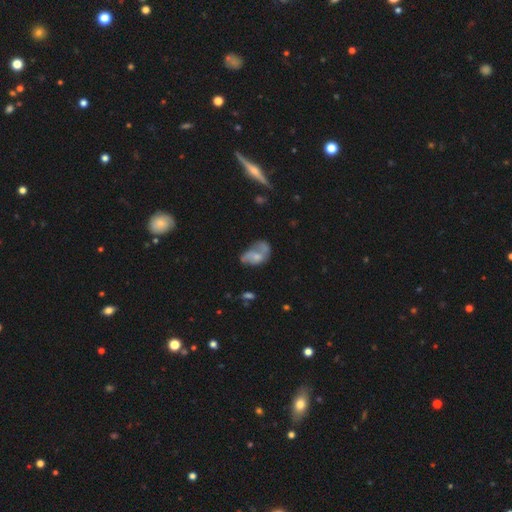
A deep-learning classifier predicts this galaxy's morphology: smooth_or_featured: featured or disk (p=0.45) [tied with: smooth p=0.45]
merging: major disturbance (p=0.27) [alt: none p=0.25]